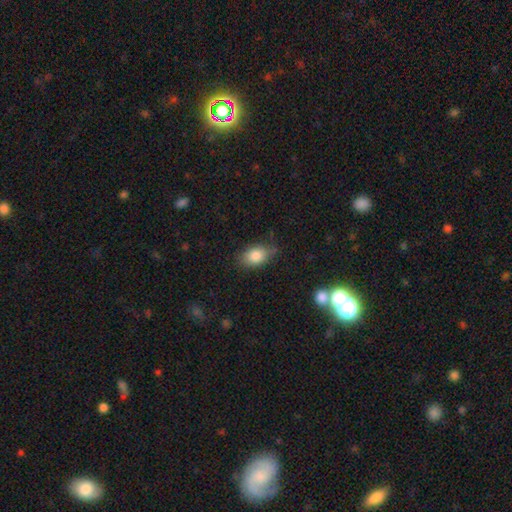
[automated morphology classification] A smooth galaxy with no disk features (83%) that is in between round and cigar-shaped (84%). Merging: none (71%).